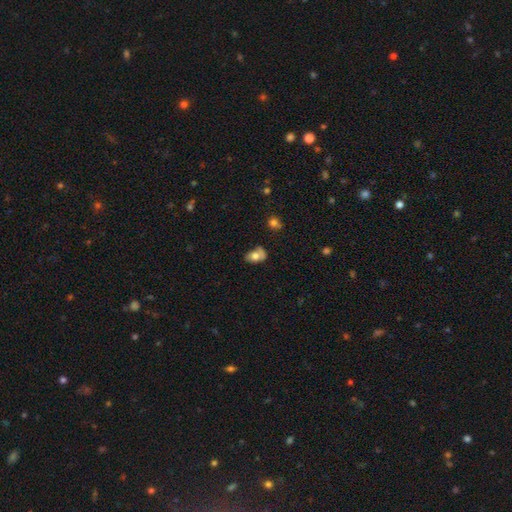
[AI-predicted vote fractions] smooth_or_featured: smooth (p=0.69) [alt: featured or disk p=0.22]
how_rounded: in between (p=0.83) [alt: round p=0.15]
merging: none (p=0.44) [alt: minor disturbance p=0.36]